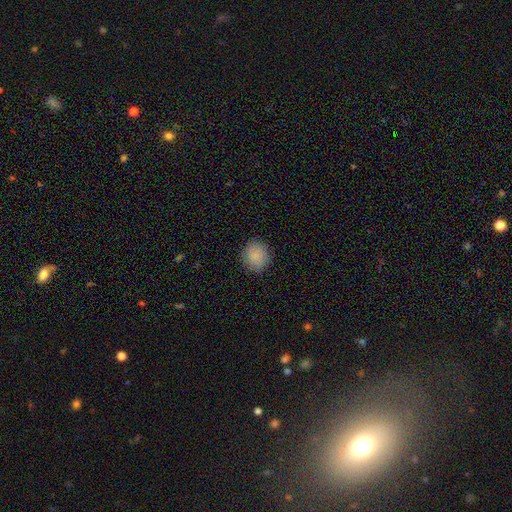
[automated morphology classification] This appears to be a smooth galaxy with no disk features (87%) that is round (81%). Merging: none (88%).